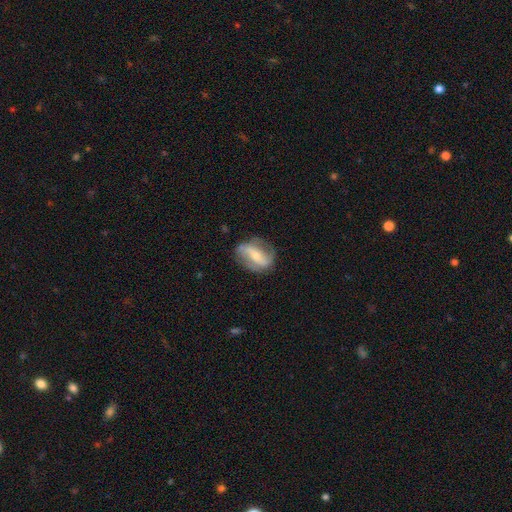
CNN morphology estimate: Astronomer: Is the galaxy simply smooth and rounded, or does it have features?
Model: featured or disk — 64%.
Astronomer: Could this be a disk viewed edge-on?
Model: no — 89%.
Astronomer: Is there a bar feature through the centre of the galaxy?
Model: strong — 56%.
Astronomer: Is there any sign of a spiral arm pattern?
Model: yes — 62% (runner-up: no, 38%).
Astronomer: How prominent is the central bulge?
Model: small — 49% (runner-up: moderate, 43%).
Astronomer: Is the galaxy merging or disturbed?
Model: none — 70%.